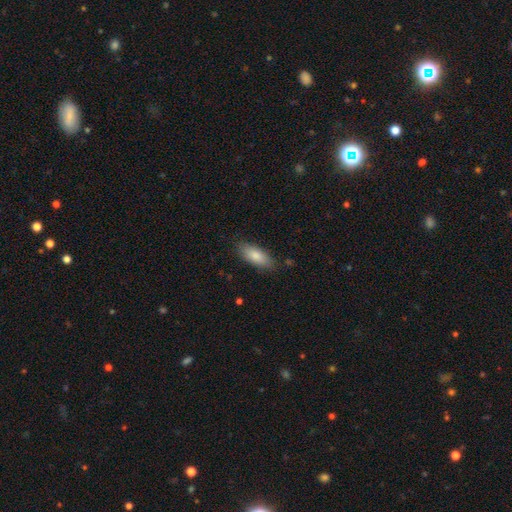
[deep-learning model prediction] Q: Smooth or featured?
A: smooth (83%); runner-up: featured or disk (11%)
Q: How rounded?
A: in between (77%); runner-up: cigar-shaped (21%)
Q: Merging?
A: none (82%); runner-up: minor disturbance (14%)